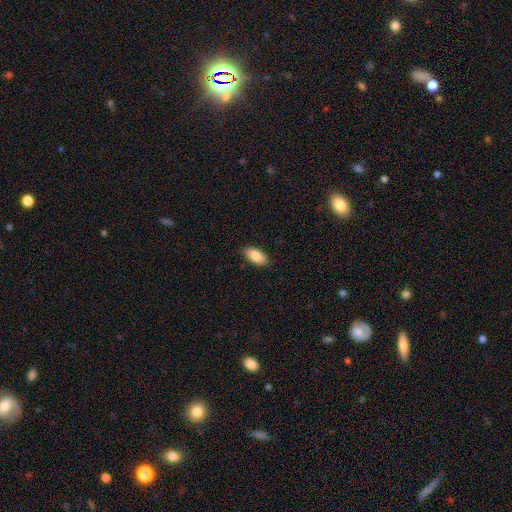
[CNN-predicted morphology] type=smooth (85%); roundness=in between (92%); merging=none (86%).